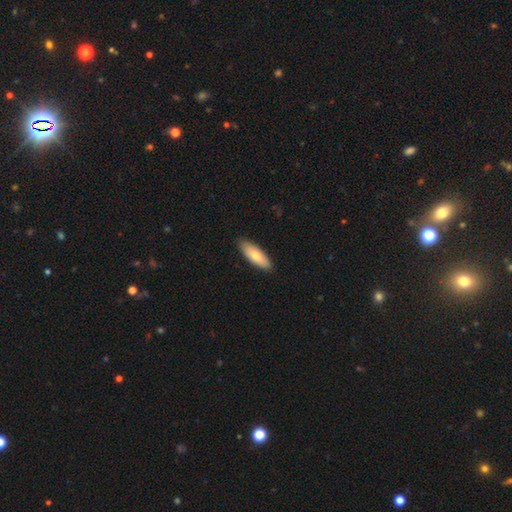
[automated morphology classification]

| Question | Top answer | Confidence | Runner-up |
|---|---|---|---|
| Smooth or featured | smooth | 73% | featured or disk (21%) |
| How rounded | in between | 68% | cigar-shaped (30%) |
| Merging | none | 87% | minor disturbance (10%) |